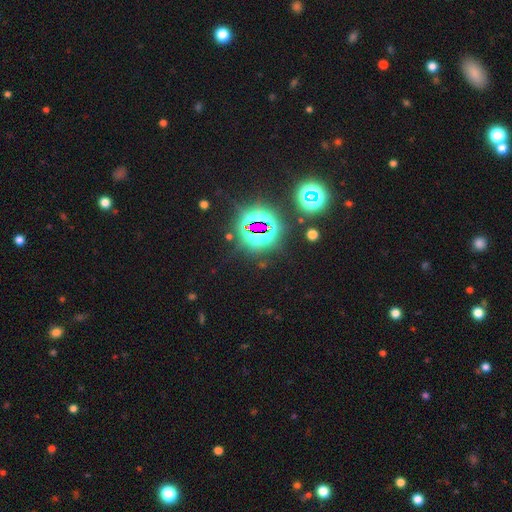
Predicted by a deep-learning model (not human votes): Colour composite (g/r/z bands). It shows a star or artifact, not a galaxy (81%).